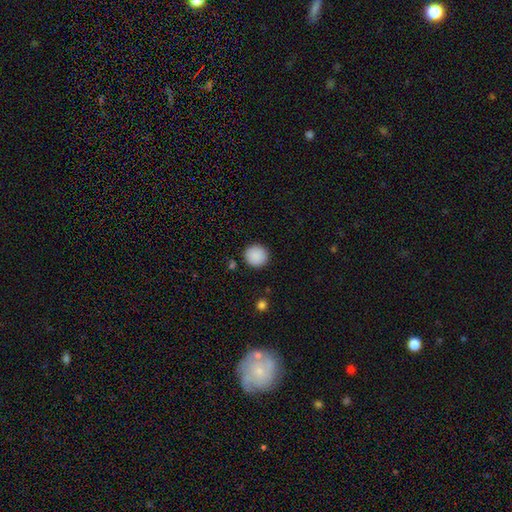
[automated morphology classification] smooth 89%, star or artifact 8%, featured or disk 3%. Down the decision tree: how rounded — round (94%); merging — none (91%).